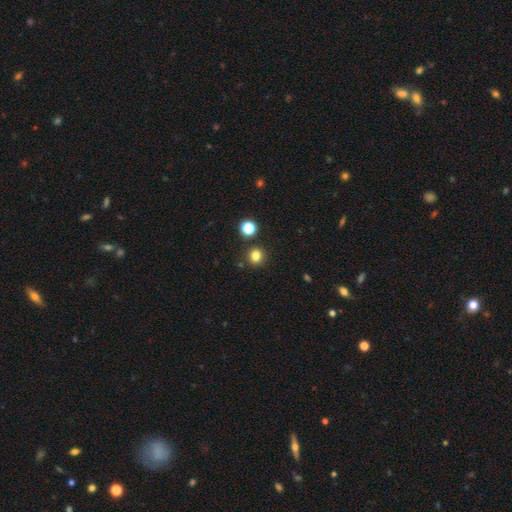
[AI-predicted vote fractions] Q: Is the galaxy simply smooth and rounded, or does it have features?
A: smooth — 81%.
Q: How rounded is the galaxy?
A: round — 82%.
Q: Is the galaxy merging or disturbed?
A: none — 86%.